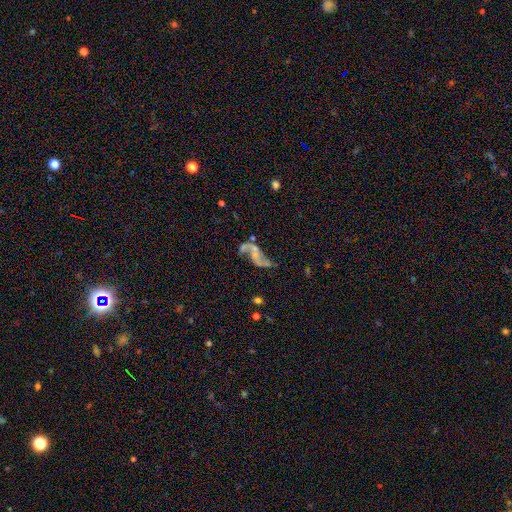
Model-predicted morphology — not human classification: Smooth or featured: featured or disk — 76% (star or artifact — 12%)
Edge-on disk: no — 95% (yes — 5%)
Bar: no — 54% (weak — 33%)
Spiral arms: yes — 84% (no — 16%)
Spiral winding: loose — 83% (medium — 12%)
Spiral arm count: 2 — 87% (1 — 6%)
Bulge size: none — 48% (small — 38%)
Merging: none — 45% (major disturbance — 24%)